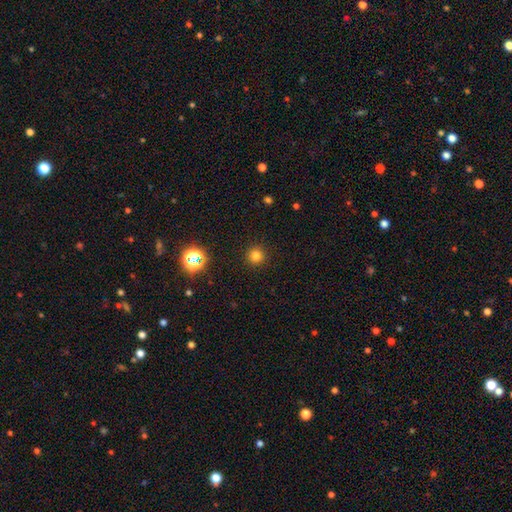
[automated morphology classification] type=smooth (78%); roundness=round (96%); merging=none (92%).